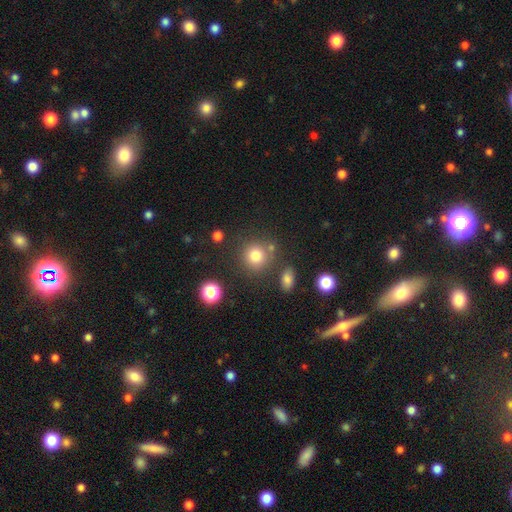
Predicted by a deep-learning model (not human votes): smooth 79%, star or artifact 14%, featured or disk 8%. Down the decision tree: how rounded — round (90%); merging — none (76%).